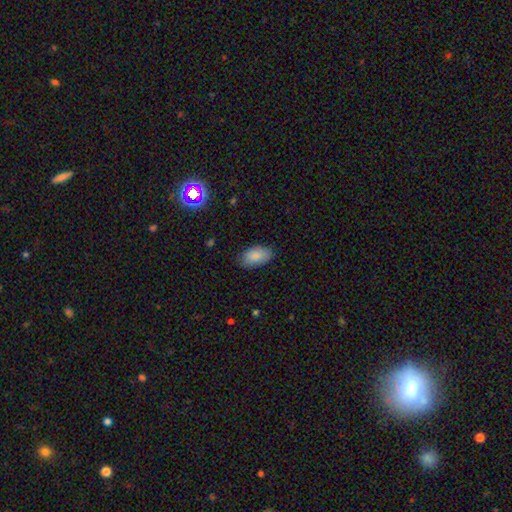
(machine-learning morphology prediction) smooth-or-featured: smooth: 85% | featured or disk: 7% | star or artifact: 7%
  how-rounded: in between: 94% | round: 4% | cigar-shaped: 2%
  merging: none: 80% | minor disturbance: 16% | major disturbance: 3% | merger: 1%